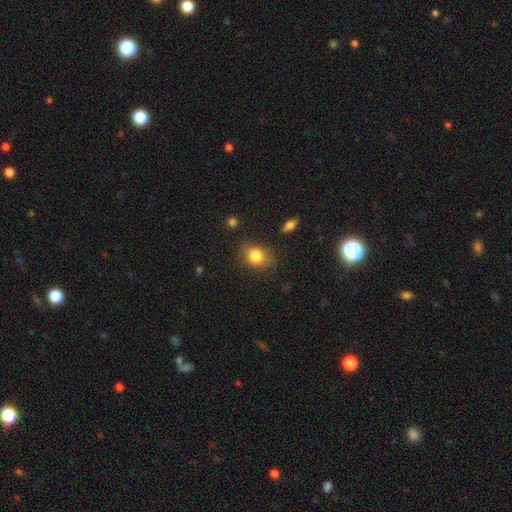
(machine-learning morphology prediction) Q: Smooth or featured?
A: smooth (83%); runner-up: star or artifact (9%)
Q: How rounded?
A: in between (54%); runner-up: round (45%)
Q: Merging?
A: none (75%); runner-up: minor disturbance (18%)